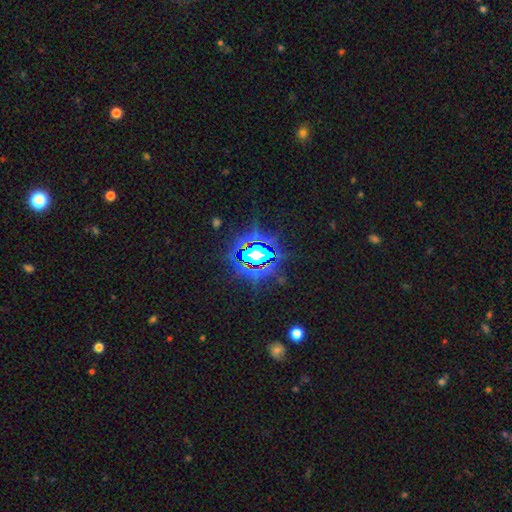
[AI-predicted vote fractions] Smooth or featured: star or artifact — 83% (smooth — 10%)